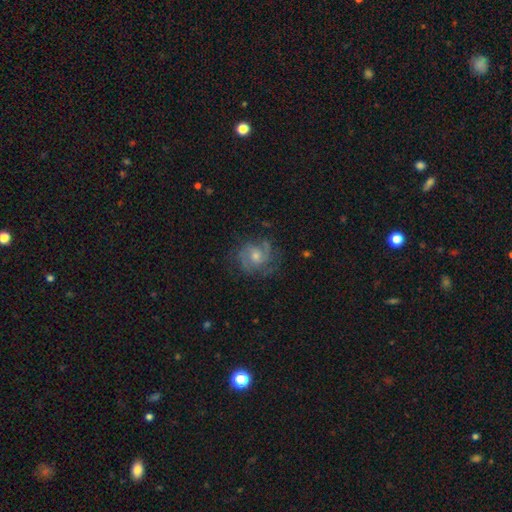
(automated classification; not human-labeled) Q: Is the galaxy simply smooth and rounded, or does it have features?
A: featured or disk — 75%.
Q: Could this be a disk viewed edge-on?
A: no — 98%.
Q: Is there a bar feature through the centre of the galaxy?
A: no — 60%.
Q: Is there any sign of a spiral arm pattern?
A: yes — 93%.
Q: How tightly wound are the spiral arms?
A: tight — 45%.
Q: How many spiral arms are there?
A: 2 — 38%.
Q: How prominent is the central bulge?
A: moderate — 57%.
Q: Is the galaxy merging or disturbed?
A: none — 74%.